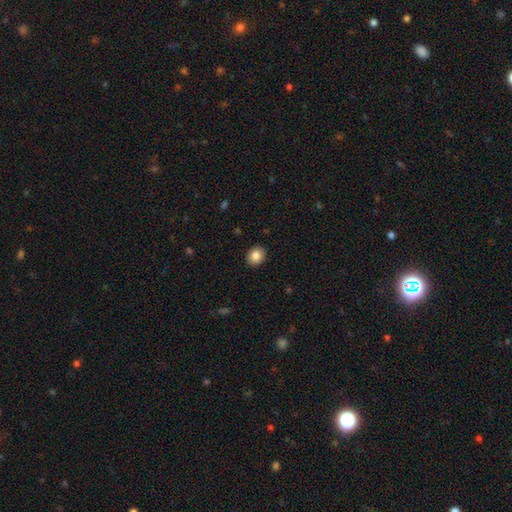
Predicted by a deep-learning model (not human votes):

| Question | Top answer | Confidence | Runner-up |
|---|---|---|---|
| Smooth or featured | smooth | 85% | star or artifact (9%) |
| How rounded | round | 65% | in between (34%) |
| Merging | none | 91% | minor disturbance (6%) |